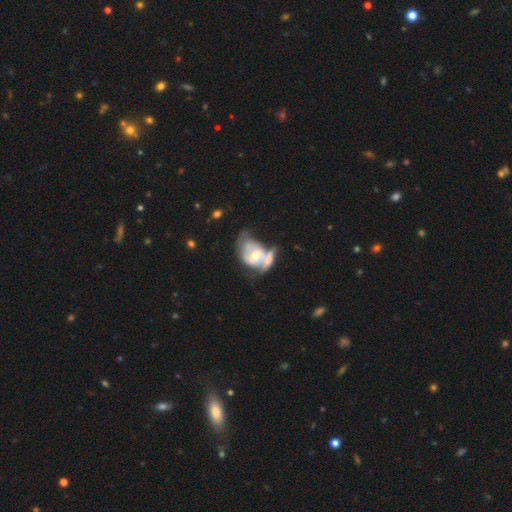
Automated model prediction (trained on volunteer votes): A featured or disk galaxy (66%) with no bar (59%), spiral arms (65%) and a moderate central bulge (57%). Merging: merger (49%).